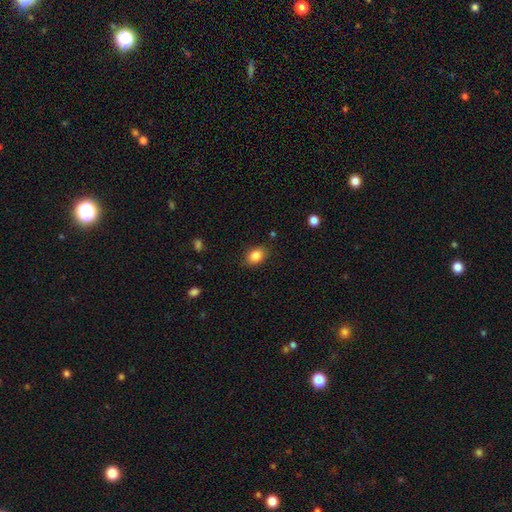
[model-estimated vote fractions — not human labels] smooth-or-featured: smooth: 85% | star or artifact: 9% | featured or disk: 6%
  how-rounded: in between: 75% | round: 23% | cigar-shaped: 1%
  merging: none: 84% | minor disturbance: 12% | major disturbance: 3% | merger: 2%